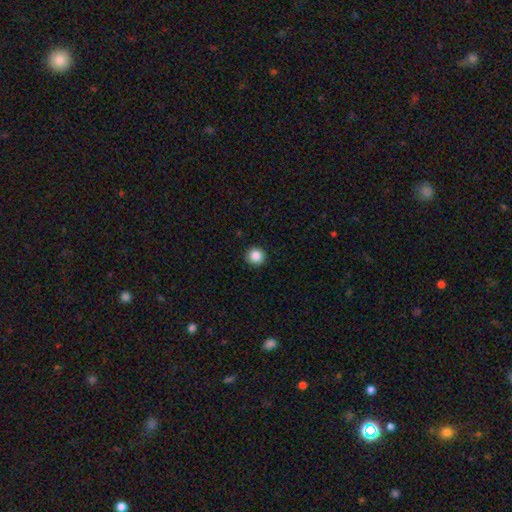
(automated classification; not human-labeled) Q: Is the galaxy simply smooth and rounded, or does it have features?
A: smooth — 87%.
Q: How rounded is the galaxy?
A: round — 95%.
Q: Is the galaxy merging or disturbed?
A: none — 93%.